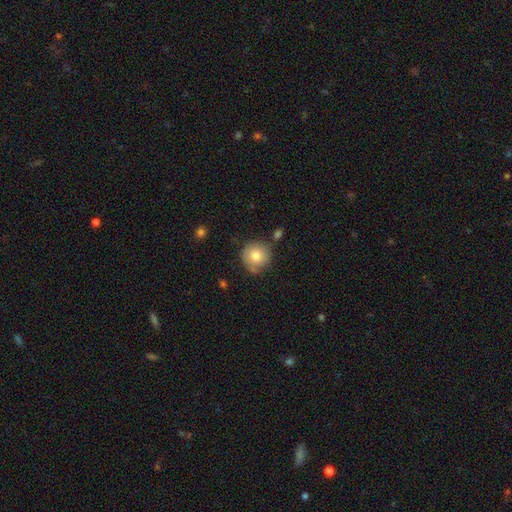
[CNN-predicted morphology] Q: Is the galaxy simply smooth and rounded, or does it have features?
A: smooth — 81%.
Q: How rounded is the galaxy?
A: round — 93%.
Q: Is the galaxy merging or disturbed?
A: none — 73%.